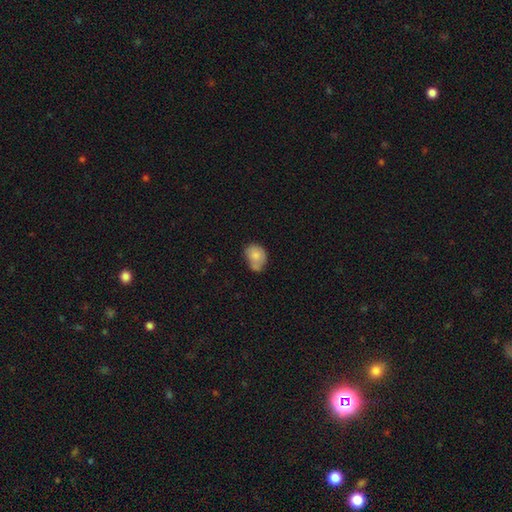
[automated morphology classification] This appears to be a smooth galaxy with no disk features (80%) that is in between round and cigar-shaped (54%). Merging: none (37%).